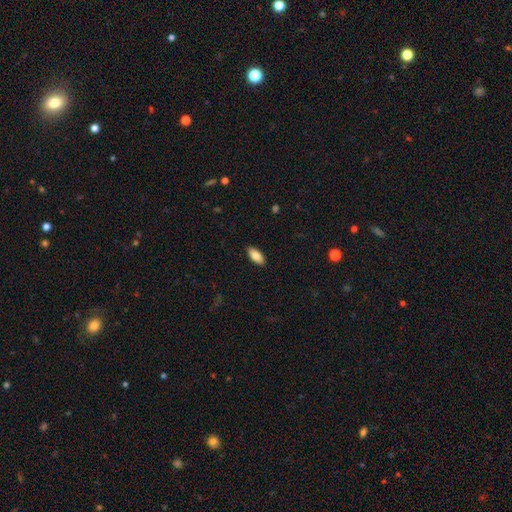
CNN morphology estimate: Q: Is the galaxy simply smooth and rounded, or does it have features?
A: smooth — 85%.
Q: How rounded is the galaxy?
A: in between — 86%.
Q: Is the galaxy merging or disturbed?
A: none — 90%.